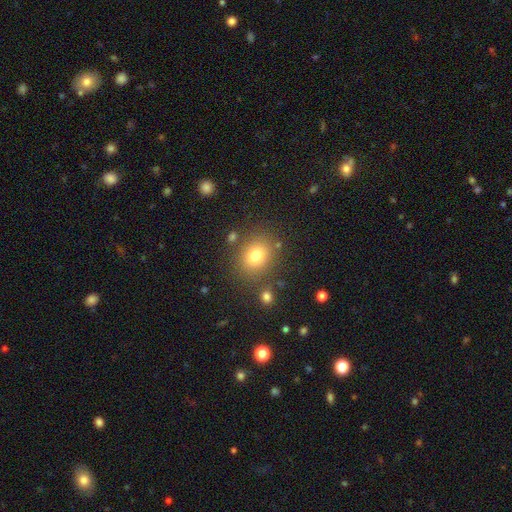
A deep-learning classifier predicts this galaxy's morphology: This appears to be a smooth galaxy with no disk features (78%) that is round (57%). Merging: none (79%).